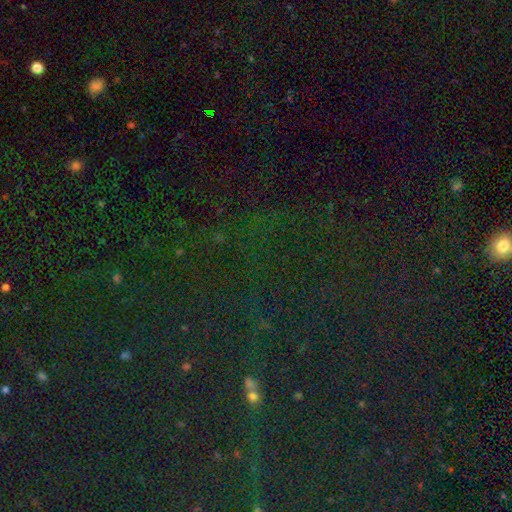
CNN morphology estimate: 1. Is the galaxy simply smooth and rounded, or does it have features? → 81% star or artifact, 11% smooth, 8% featured or disk.